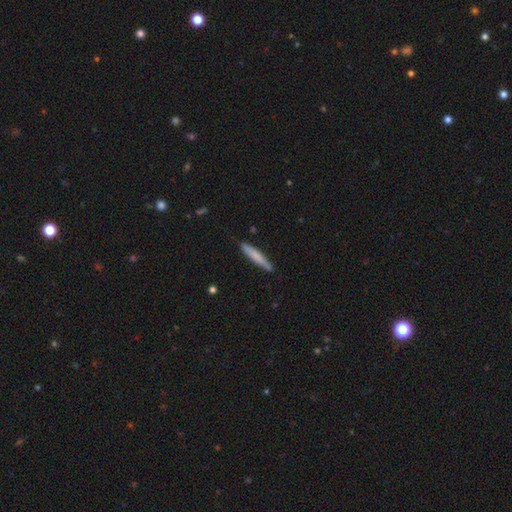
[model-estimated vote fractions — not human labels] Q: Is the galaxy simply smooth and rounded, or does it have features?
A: smooth — 70%.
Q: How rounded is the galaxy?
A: cigar-shaped — 94%.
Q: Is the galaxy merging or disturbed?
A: none — 85%.